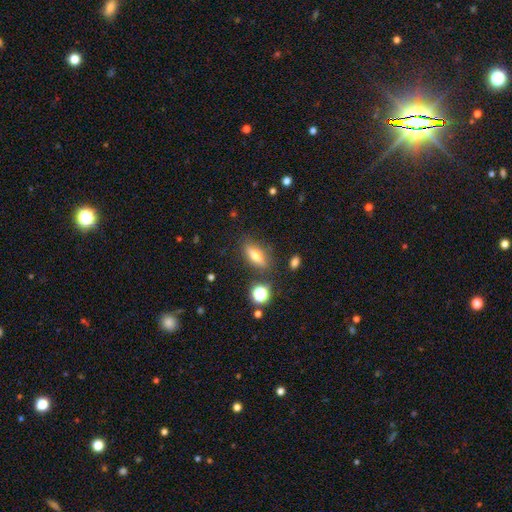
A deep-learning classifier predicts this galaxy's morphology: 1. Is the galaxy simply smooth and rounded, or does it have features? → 53% smooth, 36% featured or disk, 11% star or artifact.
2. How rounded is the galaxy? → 57% in between, 36% cigar-shaped, 7% round.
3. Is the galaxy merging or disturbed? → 81% none, 12% minor disturbance, 4% major disturbance, 4% merger.